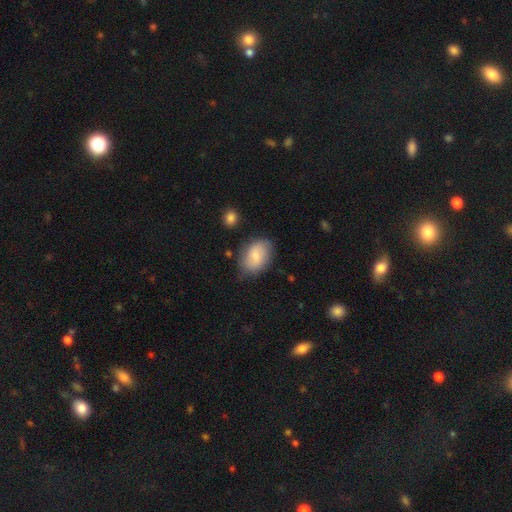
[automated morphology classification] Smooth or featured? smooth (74%)
How rounded? in between (83%)
Merging? none (73%)